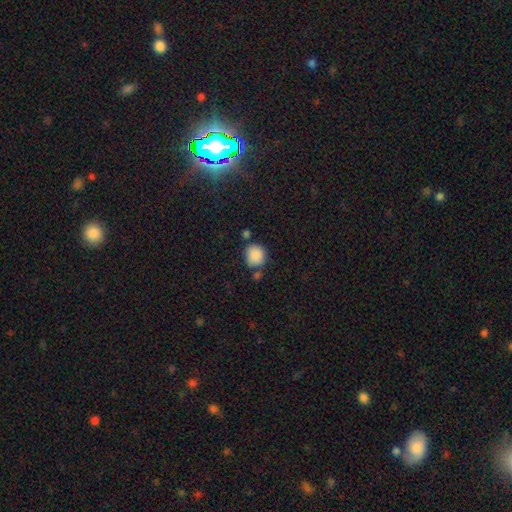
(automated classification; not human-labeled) smooth 87%, star or artifact 8%, featured or disk 4%. Down the decision tree: how rounded — round (83%); merging — none (66%).